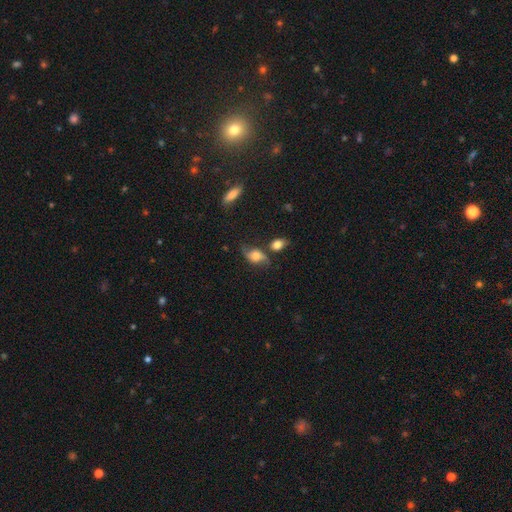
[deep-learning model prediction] Smooth or featured? featured or disk (57%)
Edge-on disk? no (92%)
Bar? no (65%)
Spiral arms? yes (90%)
Bulge size? moderate (38%)
Merging? none (57%)